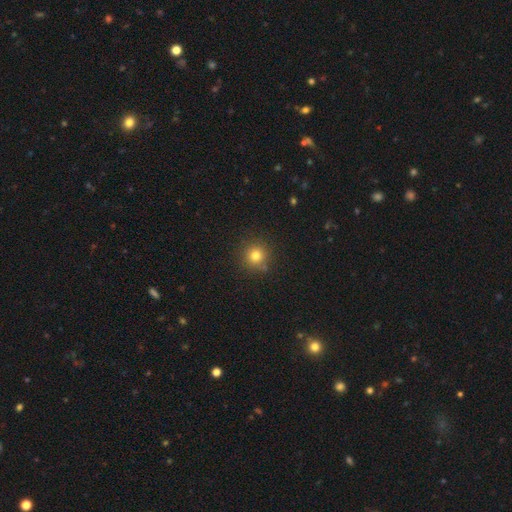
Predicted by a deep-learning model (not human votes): smooth-or-featured: smooth: 78% | star or artifact: 15% | featured or disk: 7%
  how-rounded: round: 94% | in between: 5% | cigar-shaped: 1%
  merging: none: 86% | minor disturbance: 9% | merger: 3% | major disturbance: 3%